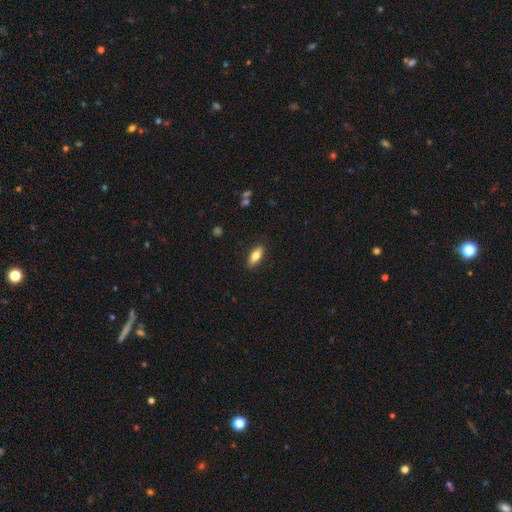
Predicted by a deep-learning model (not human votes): This is likely a smooth galaxy (73%). How rounded: likely in between (73%). Merging: clearly none (89%).